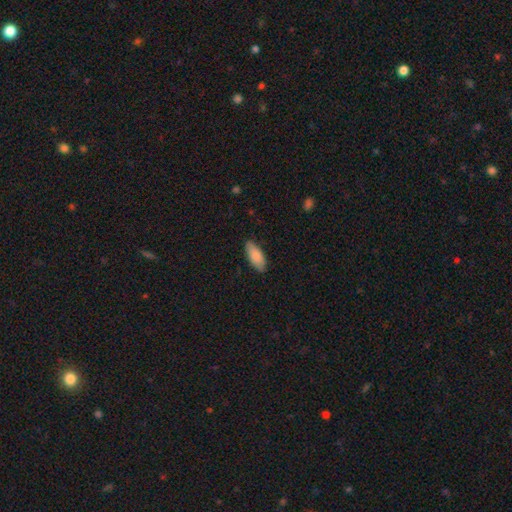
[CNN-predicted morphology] This appears to be a smooth galaxy with no disk features (86%) that is in between round and cigar-shaped (85%). Merging: none (85%).